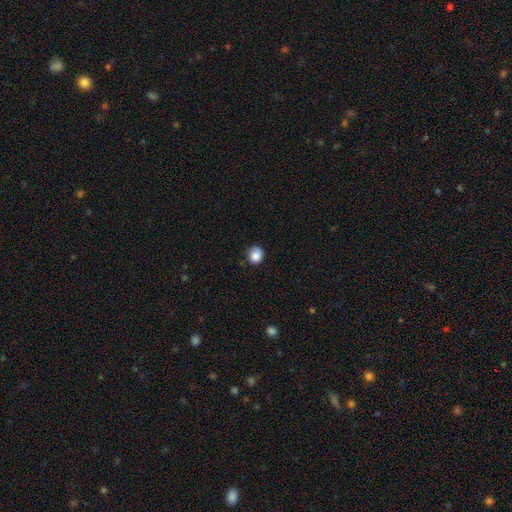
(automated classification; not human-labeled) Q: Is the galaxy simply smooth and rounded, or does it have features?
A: smooth — 86%.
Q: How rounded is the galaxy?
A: round — 82%.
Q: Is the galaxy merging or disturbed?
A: none — 74%.